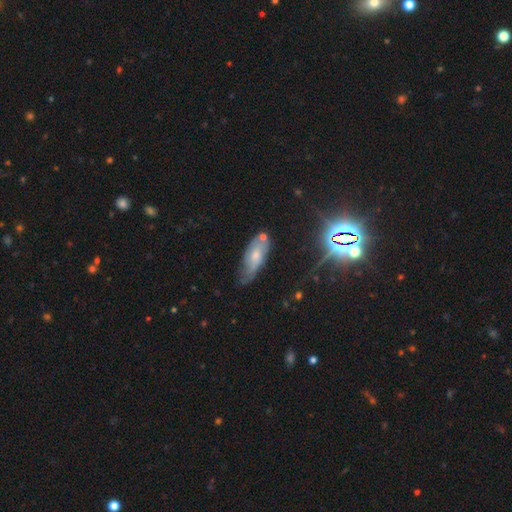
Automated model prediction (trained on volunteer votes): smooth 45%, featured or disk 44%, star or artifact 11%. Down the decision tree: merging — none (48%).